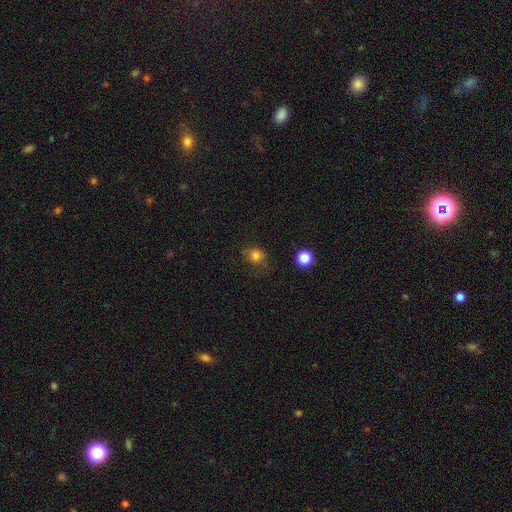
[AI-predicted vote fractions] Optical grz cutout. It shows a smooth galaxy with no disk features (80%) that is round (72%). Merging: none (69%).